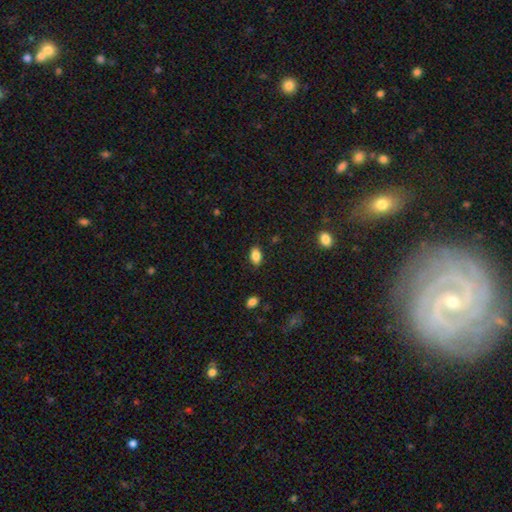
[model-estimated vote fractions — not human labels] This appears to be a smooth galaxy with no disk features (85%) that is in between round and cigar-shaped (89%). Merging: none (85%).